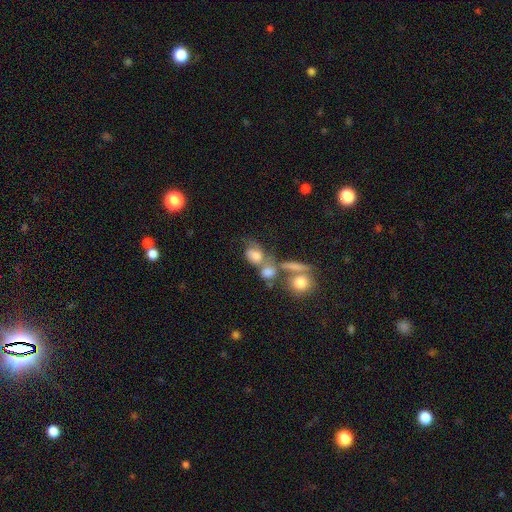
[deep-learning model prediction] smooth 57%, featured or disk 31%, star or artifact 12%. Down the decision tree: how rounded — in between (61%); merging — merger (47%).